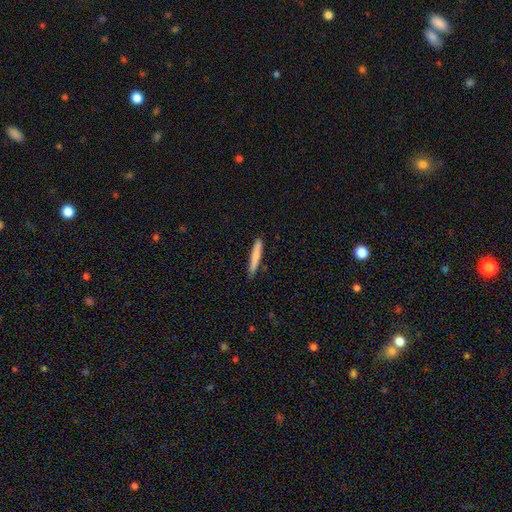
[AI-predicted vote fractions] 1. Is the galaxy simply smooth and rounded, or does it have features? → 77% smooth, 17% featured or disk, 6% star or artifact.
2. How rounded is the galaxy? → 94% cigar-shaped, 5% in between, 1% round.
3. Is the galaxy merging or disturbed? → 86% none, 11% minor disturbance, 2% major disturbance, 1% merger.